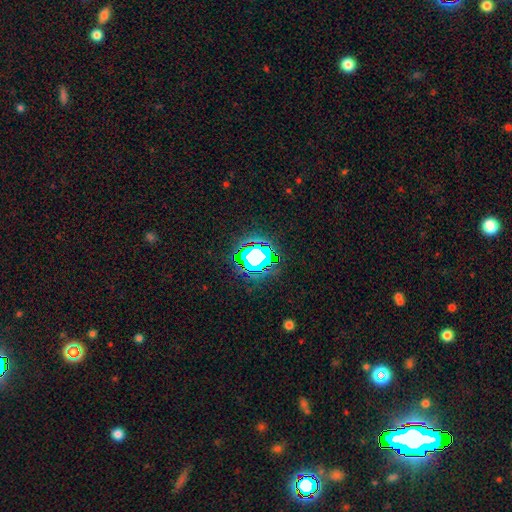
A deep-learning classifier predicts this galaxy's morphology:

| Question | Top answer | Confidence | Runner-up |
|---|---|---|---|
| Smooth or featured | star or artifact | 57% | smooth (25%) |